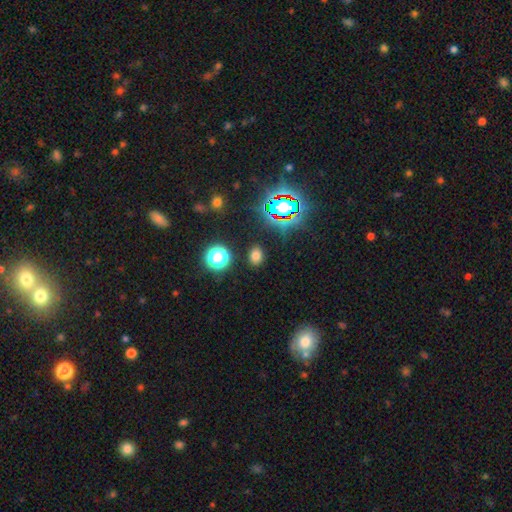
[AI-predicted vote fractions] Smooth or featured?
  - smooth: 70% *
  - star or artifact: 24%
  - featured or disk: 7%
How rounded?
  - in between: 59% *
  - round: 40%
  - cigar-shaped: 1%
Merging?
  - none: 87% *
  - minor disturbance: 9%
  - major disturbance: 3%
  - merger: 2%